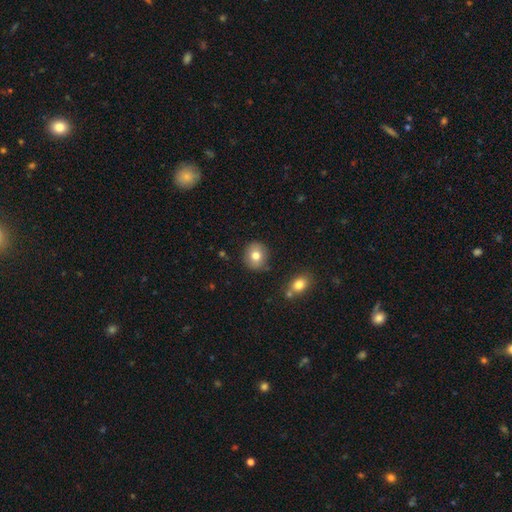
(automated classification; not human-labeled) A smooth galaxy with no disk features (78%) that is round (80%). Merging: none (86%).